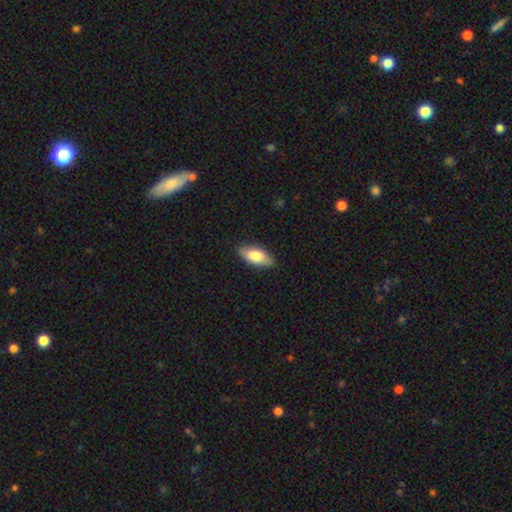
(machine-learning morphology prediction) Smooth or featured? Predicted: smooth (p=0.77). How rounded? Predicted: in between (p=0.85). Merging? Predicted: none (p=0.83).